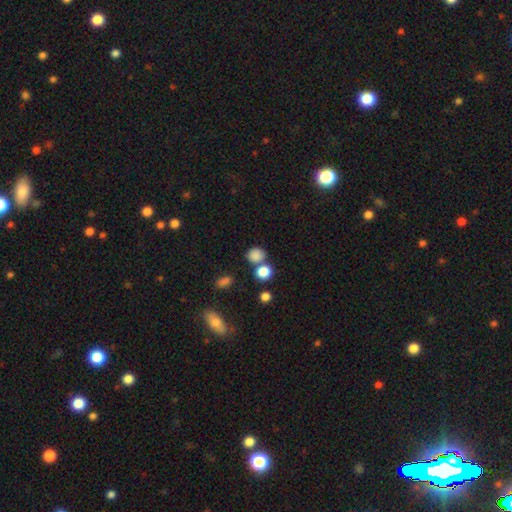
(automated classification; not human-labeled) Smooth or featured?
  - smooth: 83% *
  - star or artifact: 12%
  - featured or disk: 5%
How rounded?
  - round: 73% *
  - in between: 26%
  - cigar-shaped: 1%
Merging?
  - none: 62% *
  - merger: 23%
  - minor disturbance: 11%
  - major disturbance: 4%